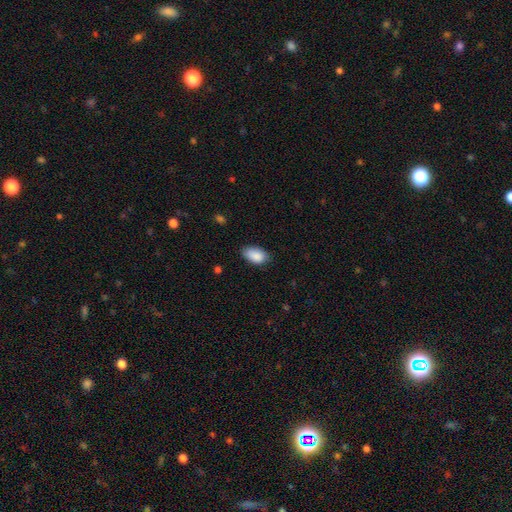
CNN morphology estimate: A smooth galaxy with no disk features (88%) that is in between round and cigar-shaped (93%).

Vote fractions:
- Smooth or featured? smooth: 88% / star or artifact: 7% / featured or disk: 5%
- How rounded? in between: 93% / round: 5% / cigar-shaped: 2%
- Merging? none: 74% / minor disturbance: 22% / major disturbance: 3% / merger: 1%